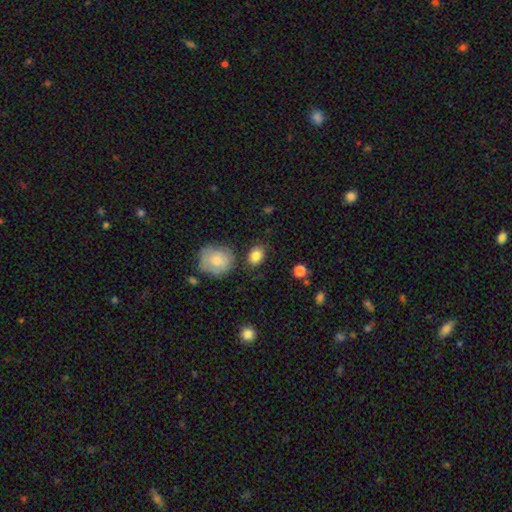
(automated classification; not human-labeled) A smooth galaxy with no disk features (85%) that is in between round and cigar-shaped (63%).

Vote fractions:
- Smooth or featured? smooth: 85% / star or artifact: 8% / featured or disk: 7%
- How rounded? in between: 63% / round: 36% / cigar-shaped: 1%
- Merging? none: 78% / minor disturbance: 14% / merger: 5% / major disturbance: 4%